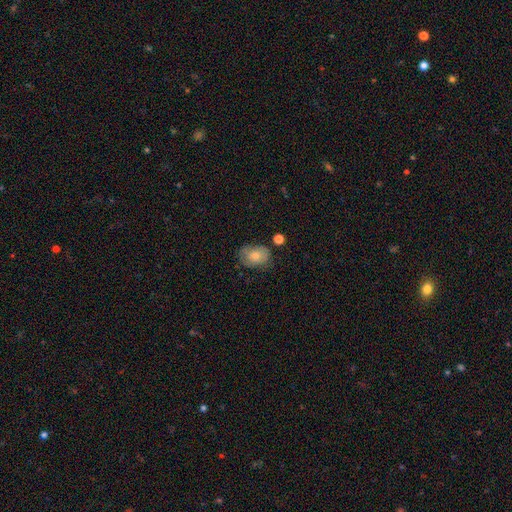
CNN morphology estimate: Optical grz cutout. It shows a smooth galaxy with no disk features (74%) that is in between round and cigar-shaped (69%). Merging: none (61%).